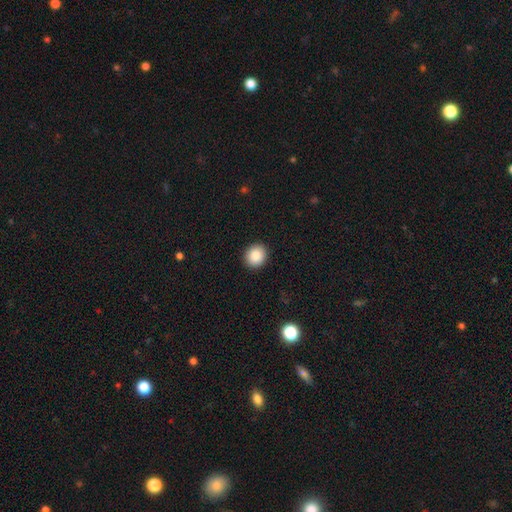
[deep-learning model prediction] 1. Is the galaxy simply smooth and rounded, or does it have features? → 88% smooth, 8% star or artifact, 4% featured or disk.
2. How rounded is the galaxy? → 82% round, 17% in between, 1% cigar-shaped.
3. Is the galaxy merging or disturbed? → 92% none, 5% minor disturbance, 2% major disturbance, 1% merger.